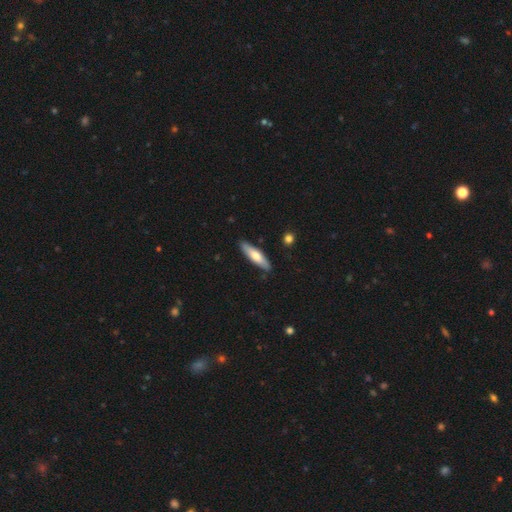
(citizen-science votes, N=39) A smooth galaxy with no disk features (62%) that is cigar-shaped (62%).

Vote fractions:
- Smooth or featured? smooth: 62% / featured or disk: 31% / star or artifact: 8%
- How rounded? cigar-shaped: 62% / in between: 33% / round: 4%
- Merging? none: 86% / minor disturbance: 8% / major disturbance: 6% / merger: 0%